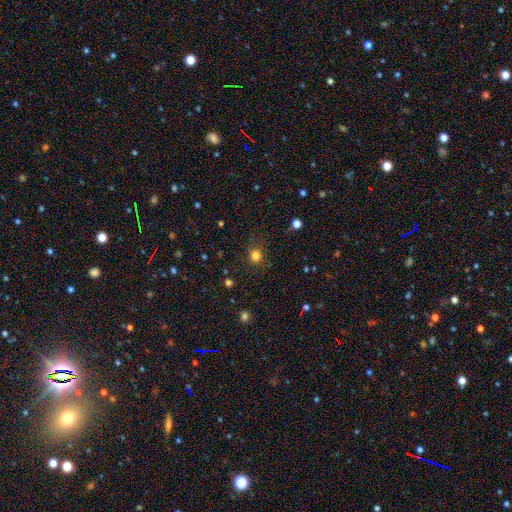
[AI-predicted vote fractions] A smooth galaxy with no disk features (80%) that is round (83%).

Vote fractions:
- Smooth or featured? smooth: 80% / star or artifact: 16% / featured or disk: 5%
- How rounded? round: 83% / in between: 16% / cigar-shaped: 1%
- Merging? none: 83% / minor disturbance: 11% / major disturbance: 5% / merger: 2%